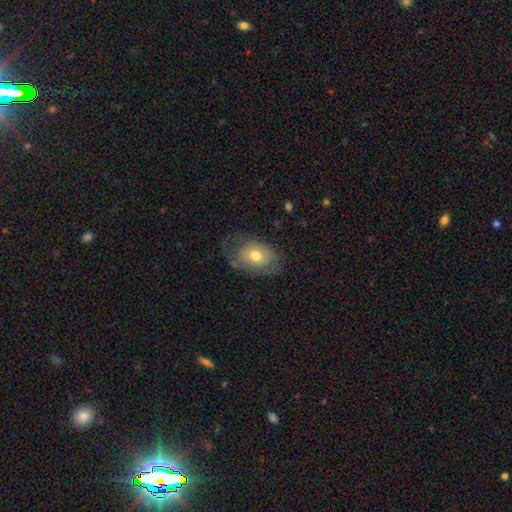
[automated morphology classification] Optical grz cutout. It shows a smooth galaxy with no disk features (61%) that is in between round and cigar-shaped (72%). Merging: none (53%).